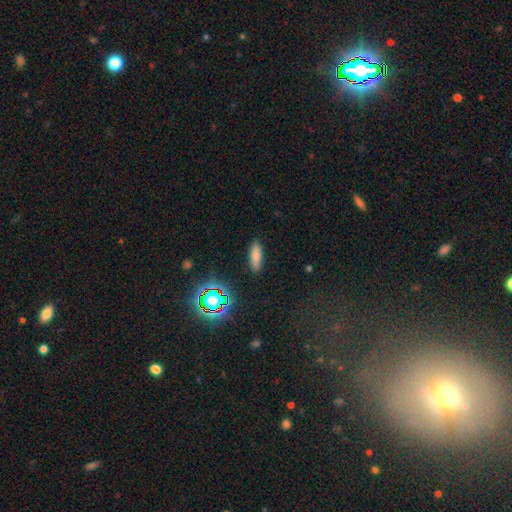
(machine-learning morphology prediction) Overall: smooth (78%). How rounded: in between (51%; cigar-shaped 46%). Merging: none (87%).